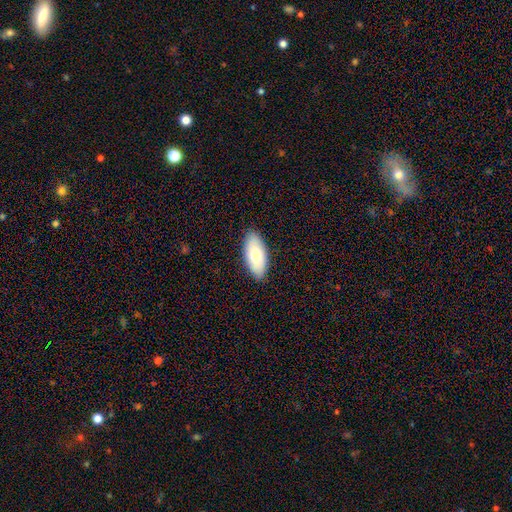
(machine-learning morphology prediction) This is likely a smooth galaxy (80%). How rounded: clearly in between (90%). Merging: clearly none (88%).